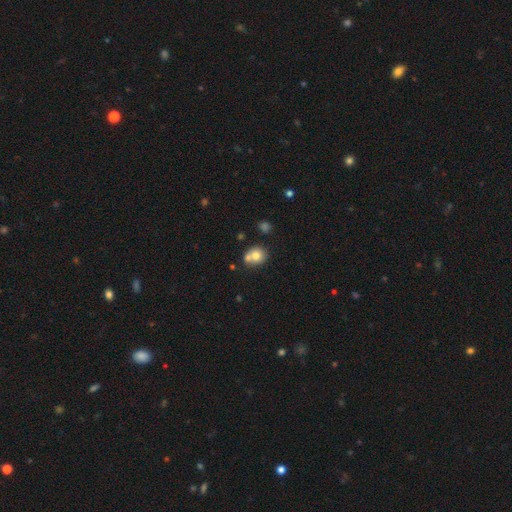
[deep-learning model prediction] This is likely a smooth galaxy (73%). How rounded: likely round (76%). Merging: possibly none (45%).